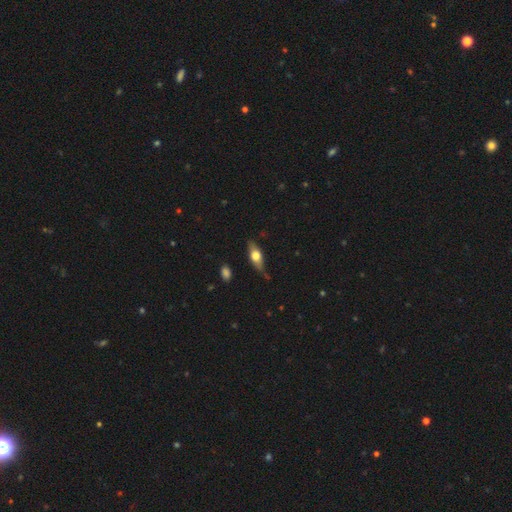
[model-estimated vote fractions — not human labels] A smooth galaxy with no disk features (52%) that is in between round and cigar-shaped (63%).

Vote fractions:
- Smooth or featured? smooth: 52% / featured or disk: 43% / star or artifact: 6%
- How rounded? in between: 63% / cigar-shaped: 33% / round: 4%
- Merging? none: 75% / minor disturbance: 19% / major disturbance: 4% / merger: 2%